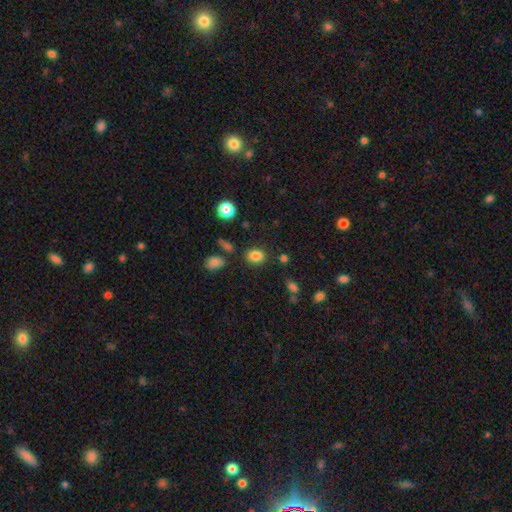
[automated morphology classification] Smooth or featured? smooth (84%)
How rounded? in between (63%)
Merging? none (80%)